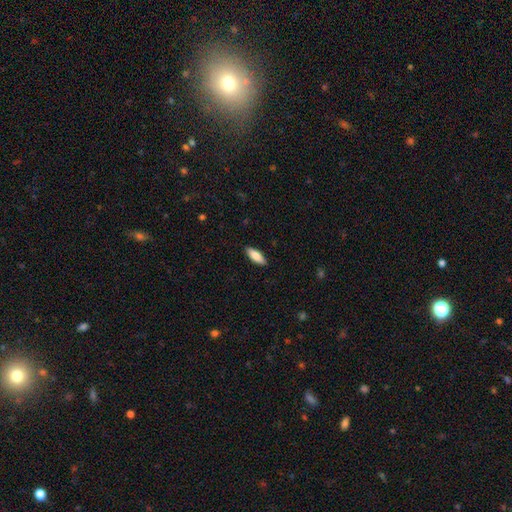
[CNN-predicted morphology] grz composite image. It shows a smooth galaxy with no disk features (81%) that is in between round and cigar-shaped (67%). Merging: none (89%).